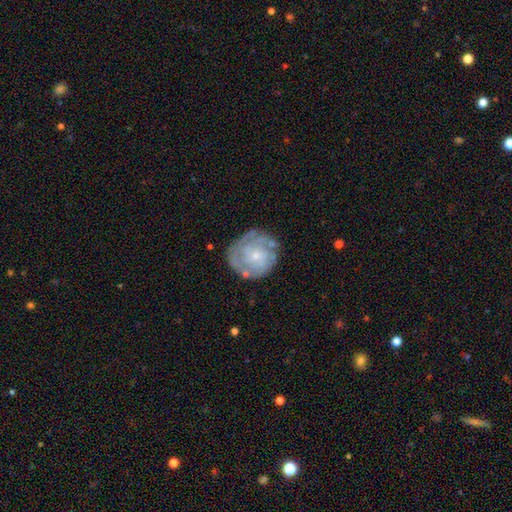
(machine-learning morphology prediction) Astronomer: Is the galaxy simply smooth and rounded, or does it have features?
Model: featured or disk — 75%.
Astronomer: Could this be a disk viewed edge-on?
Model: no — 98%.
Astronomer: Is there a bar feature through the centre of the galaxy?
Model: no — 78%.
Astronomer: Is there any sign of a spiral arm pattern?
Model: yes — 85%.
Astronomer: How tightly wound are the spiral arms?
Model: tight — 68%.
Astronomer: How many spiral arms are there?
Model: can't tell — 40% (runner-up: 3, 20%).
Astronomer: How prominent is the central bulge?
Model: small — 76%.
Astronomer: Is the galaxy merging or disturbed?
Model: none — 73%.